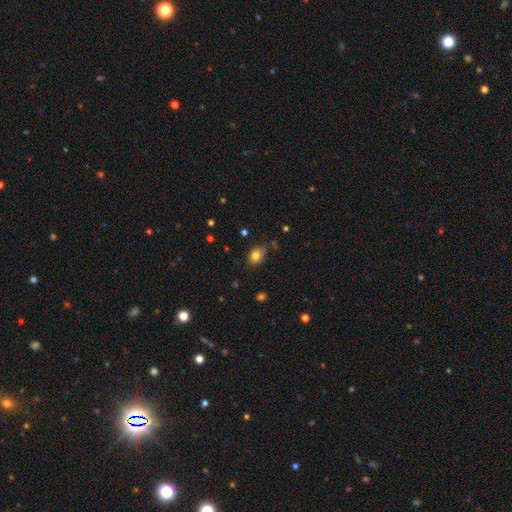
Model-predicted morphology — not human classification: A smooth galaxy with no disk features (82%) that is in between round and cigar-shaped (57%).

Vote fractions:
- Smooth or featured? smooth: 82% / star or artifact: 11% / featured or disk: 7%
- How rounded? in between: 57% / round: 42% / cigar-shaped: 1%
- Merging? none: 66% / minor disturbance: 24% / major disturbance: 6% / merger: 4%